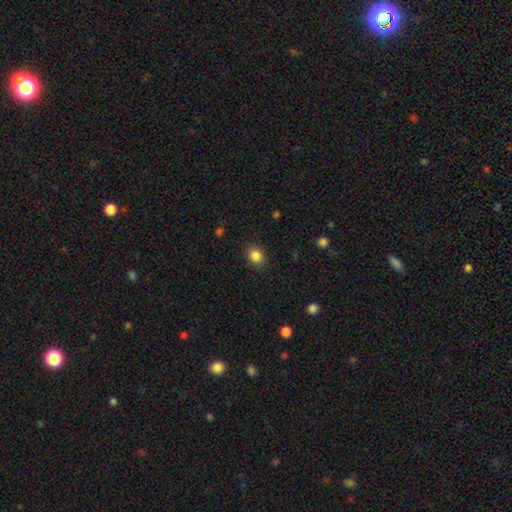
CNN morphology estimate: smooth 86%, star or artifact 10%, featured or disk 4%. Down the decision tree: how rounded — round (50%); merging — none (88%).